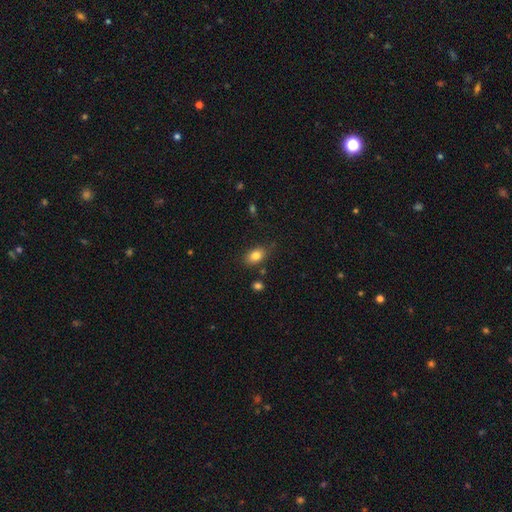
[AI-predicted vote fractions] This appears to be a smooth galaxy with no disk features (82%) that is in between round and cigar-shaped (83%). Merging: none (75%).